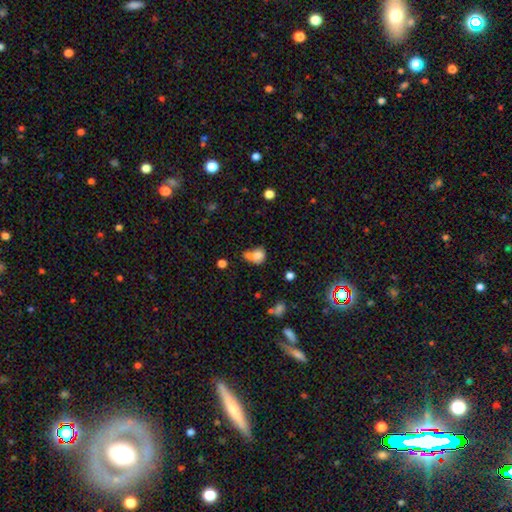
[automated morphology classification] smooth 74%, featured or disk 15%, star or artifact 11%. Down the decision tree: how rounded — in between (51%); merging — merger (46%).